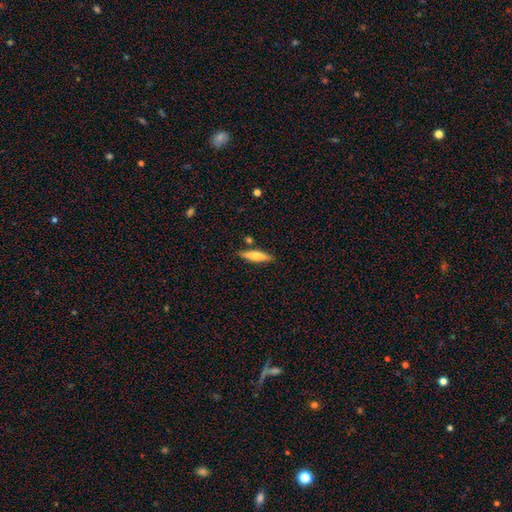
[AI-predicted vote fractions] This is likely a smooth galaxy (67%). How rounded: likely cigar-shaped (73%). Merging: clearly none (82%).